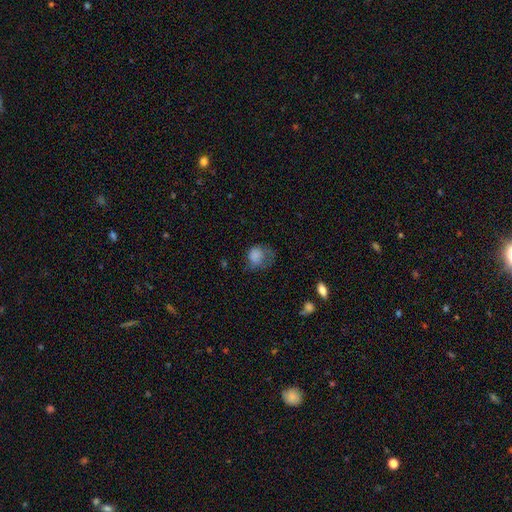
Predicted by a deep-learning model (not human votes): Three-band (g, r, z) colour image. It shows a smooth galaxy with no disk features (75%) that is round (63%). Merging: major disturbance (37%).